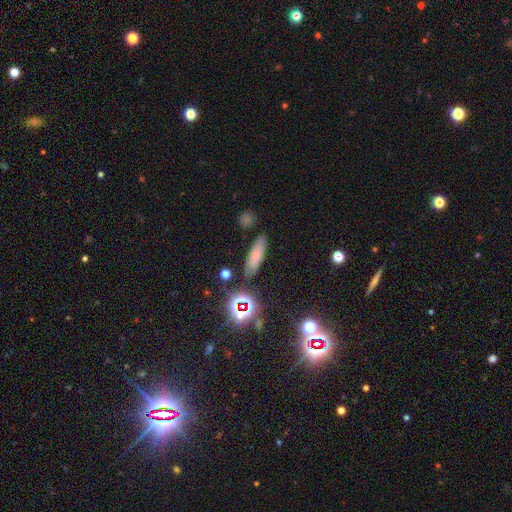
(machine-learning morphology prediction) Smooth or featured? smooth (48%)
Merging? none (84%)